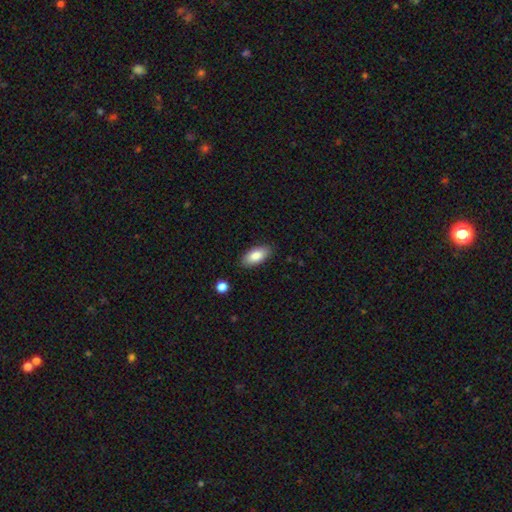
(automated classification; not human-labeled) Overall: smooth (86%). How rounded: in between (90%). Merging: none (87%).